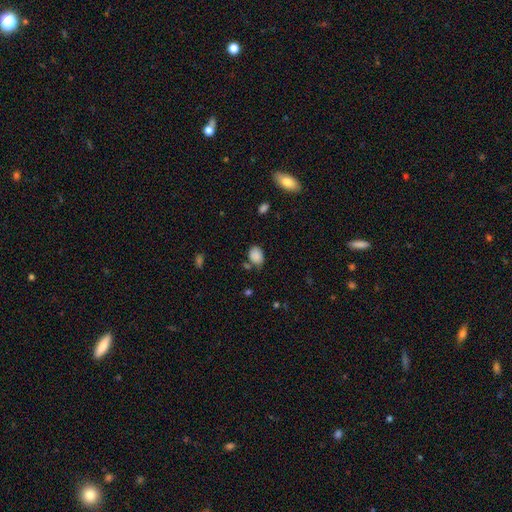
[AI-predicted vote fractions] This is clearly a smooth galaxy (86%). How rounded: likely in between (70%). Merging: likely none (64%).